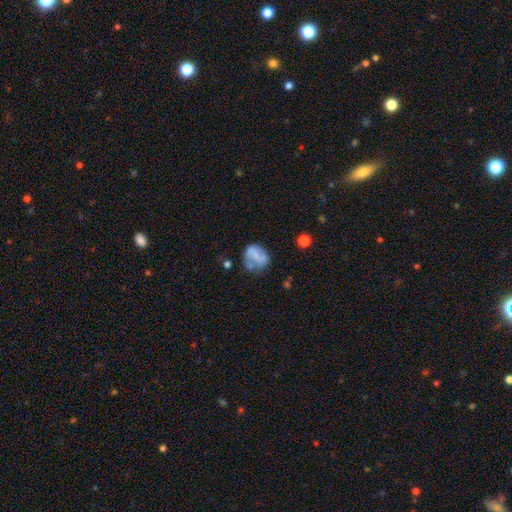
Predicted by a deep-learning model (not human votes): Smooth or featured: smooth — 46% (featured or disk — 44%)
Merging: none — 46% (minor disturbance — 26%)